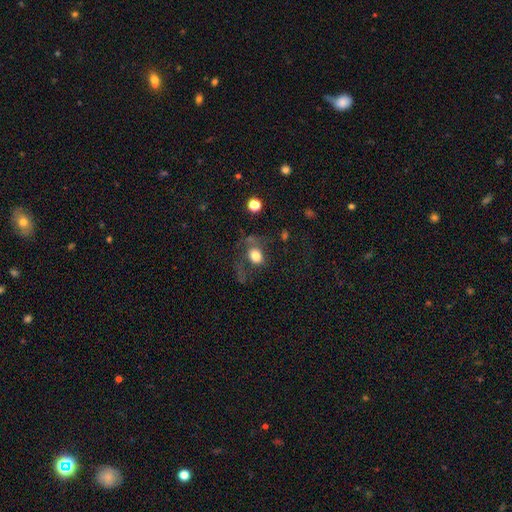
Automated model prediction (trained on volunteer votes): Smooth or featured? smooth (71%)
How rounded? in between (51%)
Merging? none (41%)